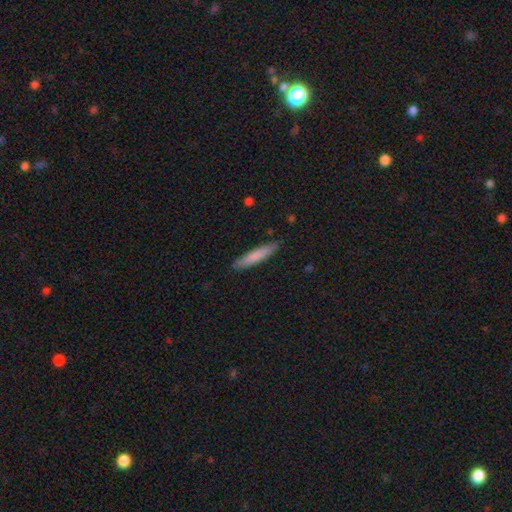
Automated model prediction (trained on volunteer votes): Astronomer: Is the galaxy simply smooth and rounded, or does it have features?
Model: smooth — 77%.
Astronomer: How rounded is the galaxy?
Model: cigar-shaped — 91%.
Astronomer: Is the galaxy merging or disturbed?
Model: none — 88%.